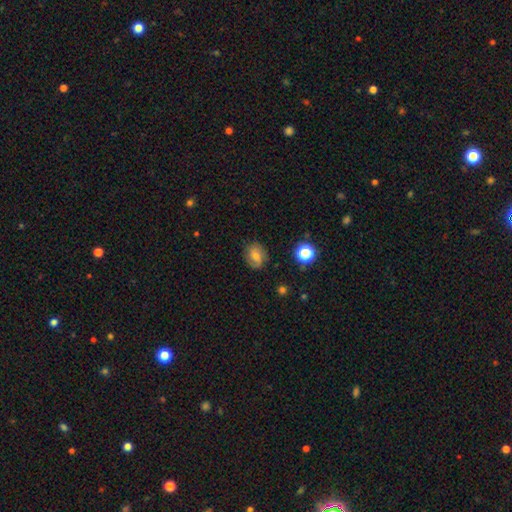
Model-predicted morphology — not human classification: Smooth or featured: smooth — 55% (featured or disk — 33%)
How rounded: round — 54% (in between — 45%)
Merging: none — 78% (minor disturbance — 16%)